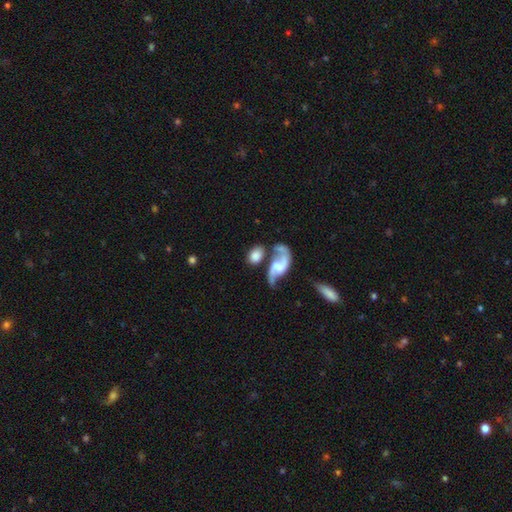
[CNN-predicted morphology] Smooth or featured? smooth (54%)
How rounded? in between (72%)
Merging? none (39%)